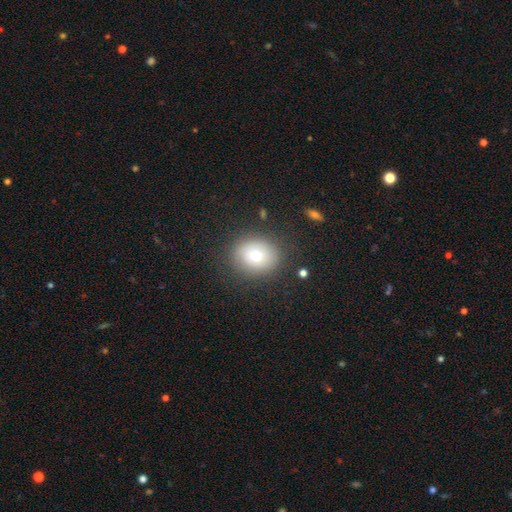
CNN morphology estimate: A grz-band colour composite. It shows a smooth galaxy with no disk features (72%) that is round (59%). Merging: none (82%).